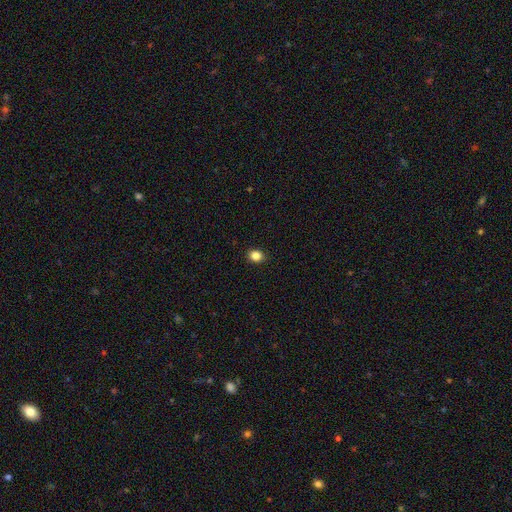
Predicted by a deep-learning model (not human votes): Smooth or featured? Predicted: smooth (p=0.85). How rounded? Predicted: round (p=0.61). Merging? Predicted: none (p=0.91).